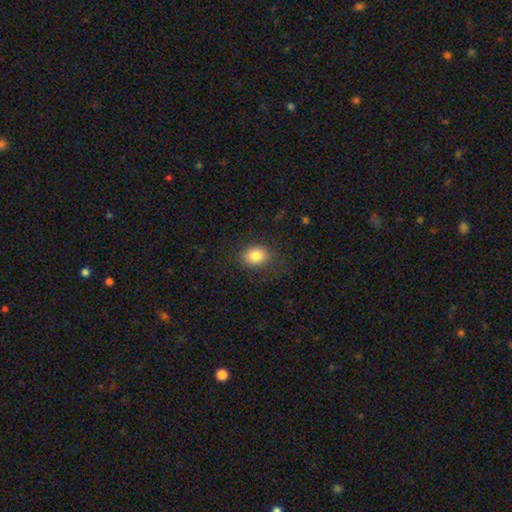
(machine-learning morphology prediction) This is clearly a smooth galaxy (84%). How rounded: likely in between (61%). Merging: clearly none (83%).